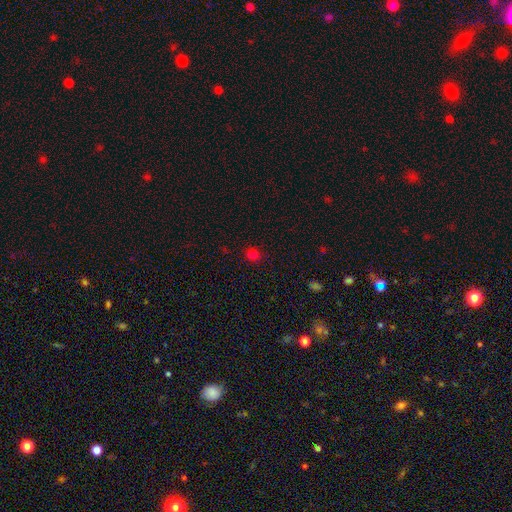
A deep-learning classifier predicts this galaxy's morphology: This is likely a smooth galaxy (68%). How rounded: clearly round (84%). Merging: clearly none (89%).